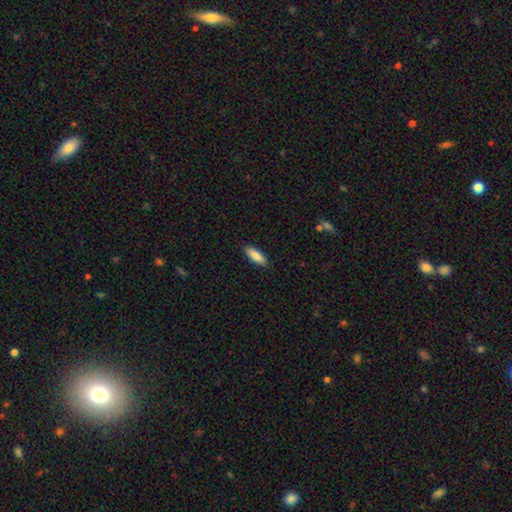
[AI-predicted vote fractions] Morphology: type=smooth (87%); roundness=in between (59%); merging=none (89%).